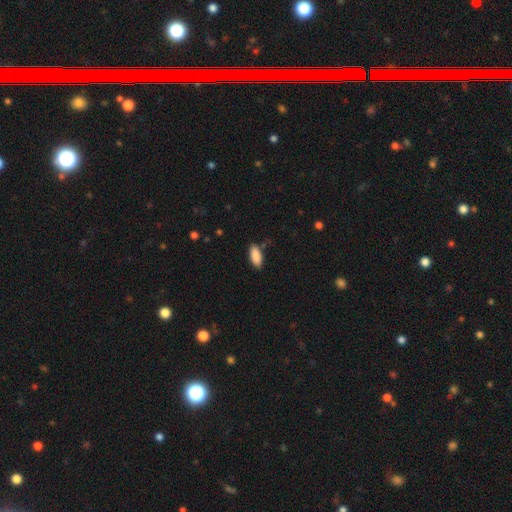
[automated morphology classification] smooth 89%, star or artifact 6%, featured or disk 4%. Down the decision tree: how rounded — in between (86%); merging — none (81%).